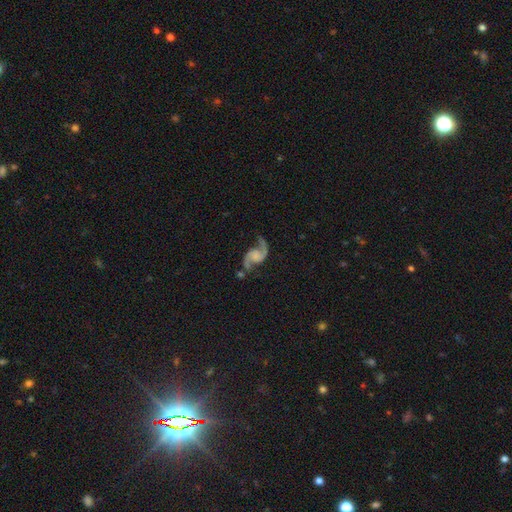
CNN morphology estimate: smooth_or_featured: featured or disk (p=0.91) [alt: star or artifact p=0.05]
disk_edge_on: no (p=0.98) [alt: yes p=0.02]
bar: no (p=0.61) [alt: weak p=0.30]
has_spiral_arms: yes (p=0.98) [alt: no p=0.02]
spiral_winding: loose (p=0.60) [alt: medium p=0.33]
spiral_arm_count: 2 (p=0.93) [alt: 1 p=0.02]
bulge_size: none (p=0.46) [alt: small p=0.30]
merging: none (p=0.65) [alt: minor disturbance p=0.17]